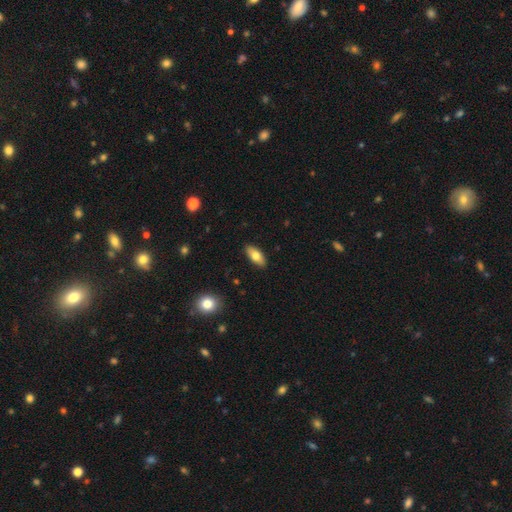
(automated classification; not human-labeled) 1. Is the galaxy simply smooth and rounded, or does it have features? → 74% smooth, 20% featured or disk, 6% star or artifact.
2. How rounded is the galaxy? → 84% in between, 14% cigar-shaped, 3% round.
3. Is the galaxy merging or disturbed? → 89% none, 8% minor disturbance, 2% major disturbance, 1% merger.